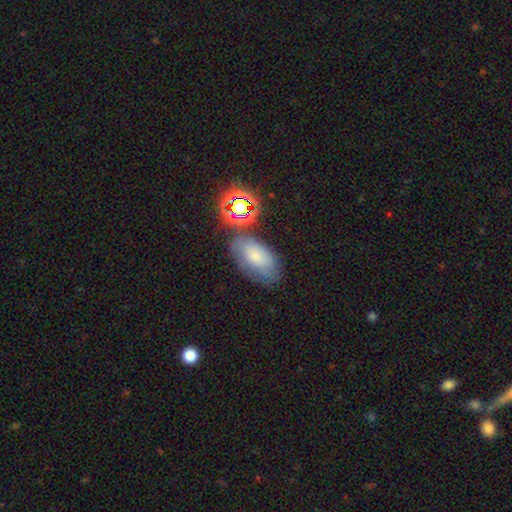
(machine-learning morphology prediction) smooth 62%, featured or disk 20%, star or artifact 18%. Down the decision tree: how rounded — in between (90%); merging — none (61%).